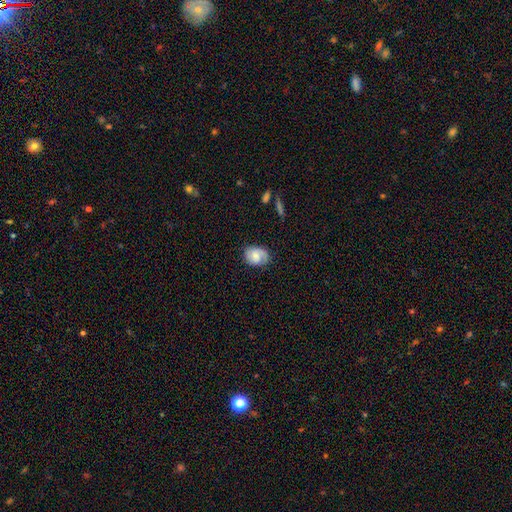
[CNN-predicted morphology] smooth_or_featured: smooth (p=0.50) [alt: featured or disk p=0.42]
how_rounded: in between (p=0.62) [alt: round p=0.37]
merging: none (p=0.71) [alt: minor disturbance p=0.21]